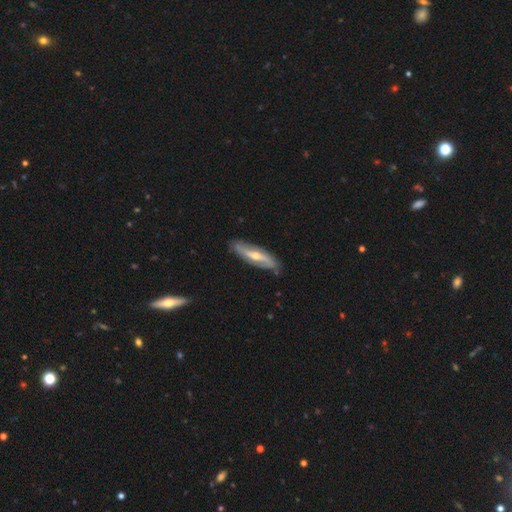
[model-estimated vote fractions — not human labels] The model was most divided on "bar": weak: 36%, strong: 34%, no: 31%. More confident: spiral arms — yes (85%); merging — none (83%); smooth or featured — featured or disk (75%); edge-on disk — no (71%); bulge size — moderate (57%).